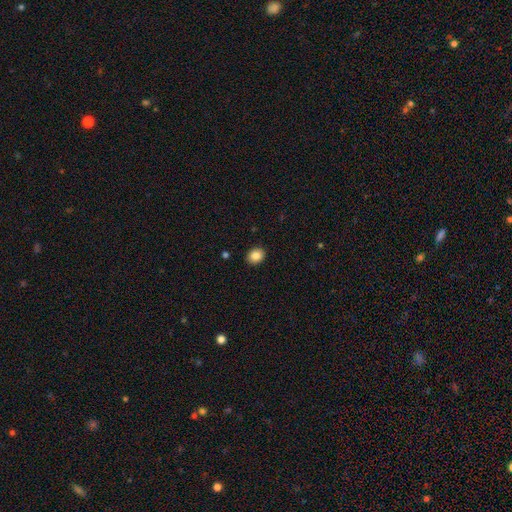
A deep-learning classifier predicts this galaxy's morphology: Smooth or featured?
  - smooth: 86% *
  - star or artifact: 9%
  - featured or disk: 5%
How rounded?
  - round: 51% *
  - in between: 49%
  - cigar-shaped: 1%
Merging?
  - none: 91% *
  - minor disturbance: 6%
  - major disturbance: 2%
  - merger: 1%